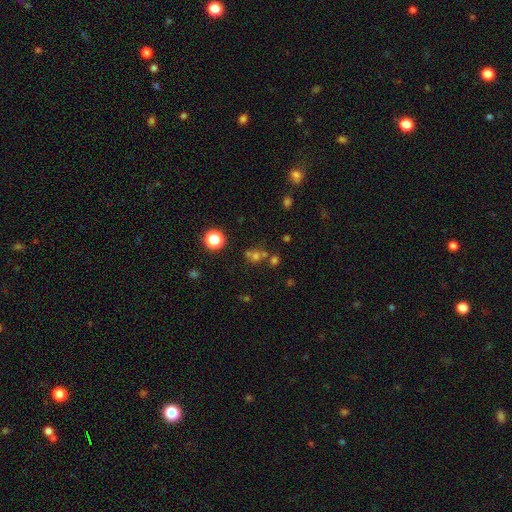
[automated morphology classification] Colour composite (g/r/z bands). It shows a smooth galaxy with no disk features (54%) that is round (82%). Merging: none (52%).